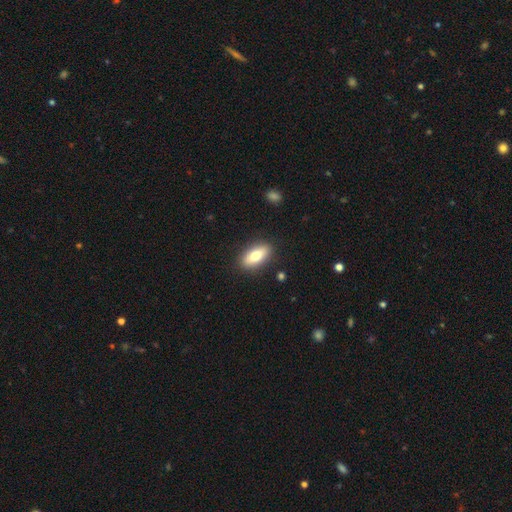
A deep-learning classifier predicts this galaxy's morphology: A smooth galaxy with no disk features (72%) that is in between round and cigar-shaped (81%).

Vote fractions:
- Smooth or featured? smooth: 72% / featured or disk: 21% / star or artifact: 7%
- How rounded? in between: 81% / cigar-shaped: 15% / round: 4%
- Merging? none: 87% / minor disturbance: 9% / major disturbance: 2% / merger: 1%